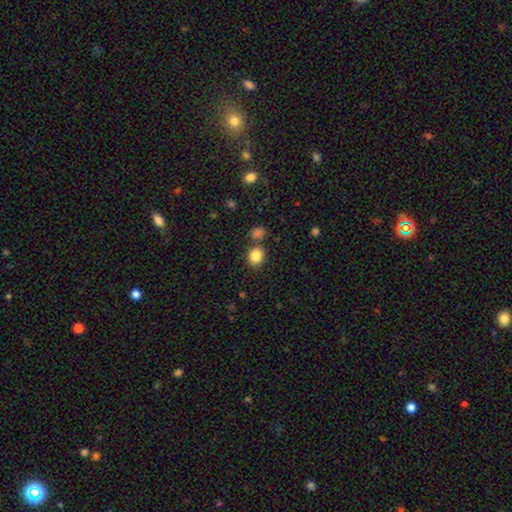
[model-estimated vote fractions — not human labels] smooth_or_featured: smooth (p=0.85) [alt: star or artifact p=0.10]
how_rounded: round (p=0.67) [alt: in between p=0.32]
merging: none (p=0.71) [alt: merger p=0.15]